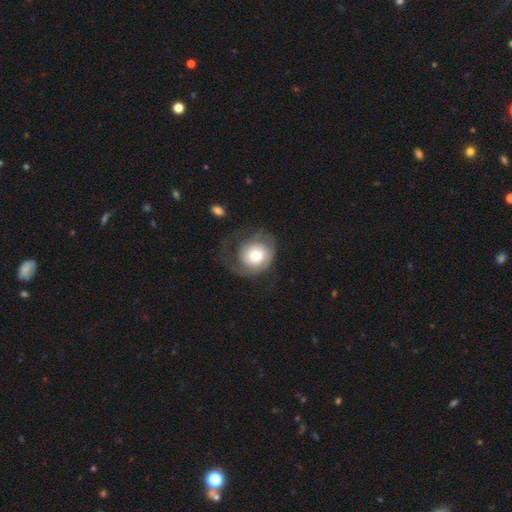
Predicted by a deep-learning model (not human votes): smooth-or-featured: featured or disk: 56% | smooth: 37% | star or artifact: 6%
  disk-edge-on: no: 98% | yes: 2%
    bar: no: 80% | weak: 17% | strong: 3%
    has-spiral-arms: yes: 82% | no: 18%
    bulge-size: large: 45% | moderate: 37% | dominant: 9% | small: 7% | none: 2%
  merging: none: 41% | major disturbance: 35% | minor disturbance: 22% | merger: 2%